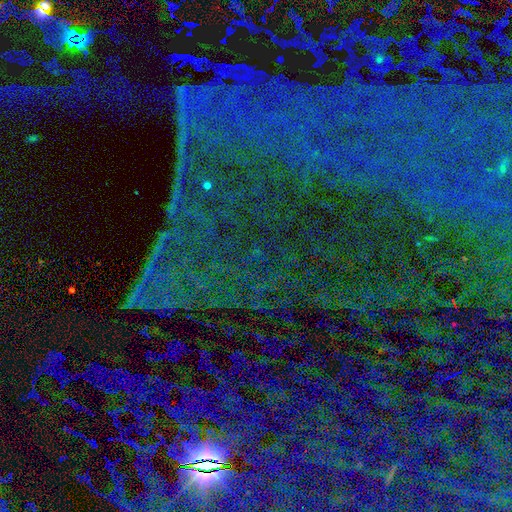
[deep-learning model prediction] A star or artifact, not a galaxy (84%).

Vote fractions:
- Smooth or featured? star or artifact: 84% / smooth: 8% / featured or disk: 8%